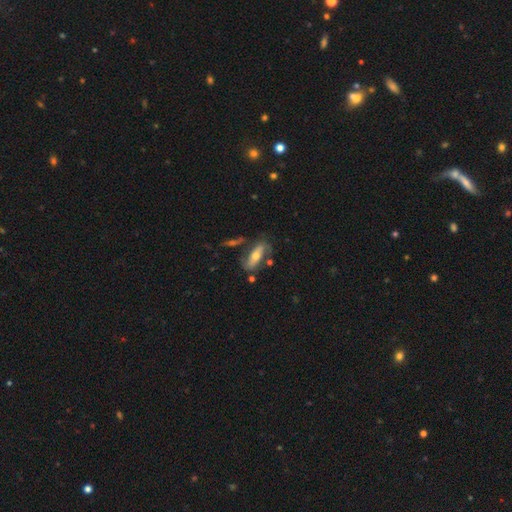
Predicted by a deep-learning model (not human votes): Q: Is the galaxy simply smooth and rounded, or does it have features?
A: featured or disk — 54%.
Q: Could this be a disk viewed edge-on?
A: no — 65%.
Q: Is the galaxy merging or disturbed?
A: none — 65%.